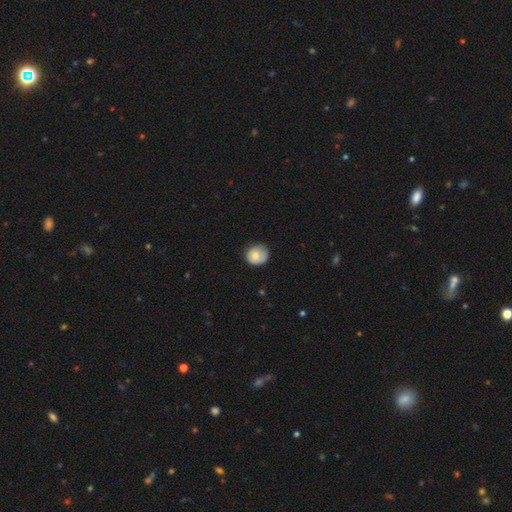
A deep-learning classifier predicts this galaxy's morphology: Smooth or featured? smooth (71%)
How rounded? round (83%)
Merging? none (75%)